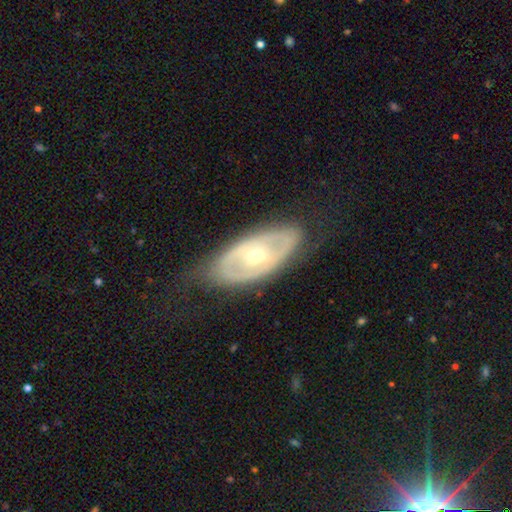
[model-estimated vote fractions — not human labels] smooth-or-featured: featured or disk: 68% | smooth: 26% | star or artifact: 5%
  disk-edge-on: no: 87% | yes: 13%
    bar: no: 76% | weak: 15% | strong: 9%
    has-spiral-arms: no: 75% | yes: 25%
    bulge-size: moderate: 54% | small: 43% | large: 2% | dominant: 1% | none: 1%
  merging: none: 72% | minor disturbance: 18% | major disturbance: 9% | merger: 1%